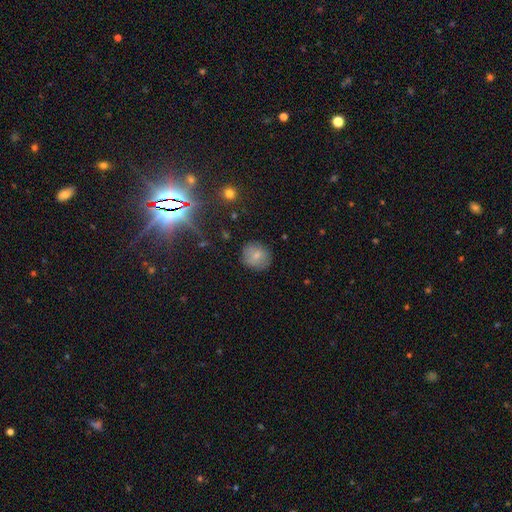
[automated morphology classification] Smooth or featured? Predicted: smooth (p=0.75). How rounded? Predicted: round (p=0.84). Merging? Predicted: none (p=0.83).